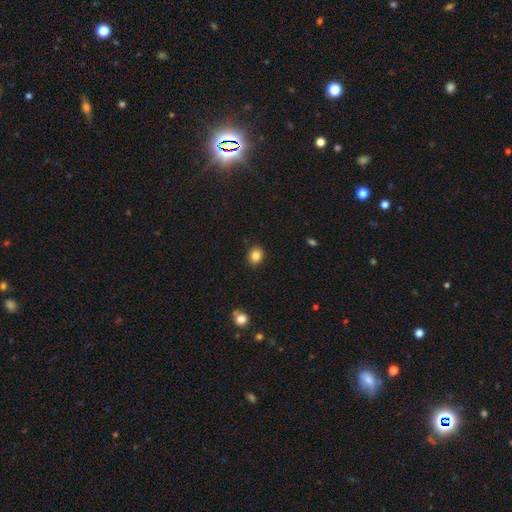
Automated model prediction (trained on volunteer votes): Smooth or featured?
  - smooth: 84% *
  - star or artifact: 10%
  - featured or disk: 5%
How rounded?
  - round: 72% *
  - in between: 27%
  - cigar-shaped: 1%
Merging?
  - none: 90% *
  - minor disturbance: 7%
  - major disturbance: 2%
  - merger: 1%